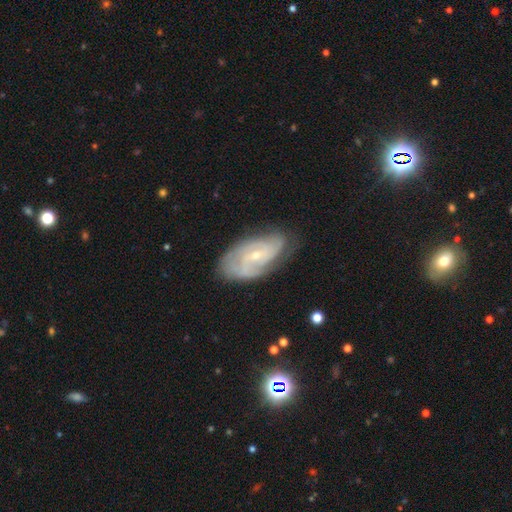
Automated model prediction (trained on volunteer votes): A featured or disk galaxy (81%) with no bar (55%), 2 (40%) tight (47%) spiral arms (94%) and a small central bulge (74%).

Vote fractions:
- Smooth or featured? featured or disk: 81% / smooth: 13% / star or artifact: 6%
- Edge-on disk? no: 95% / yes: 5%
- Bar? no: 55% / weak: 37% / strong: 8%
- Spiral arms? yes: 94% / no: 6%
- Spiral winding? tight: 47% / medium: 40% / loose: 13%
- Spiral arm count? 2: 40% / can't tell: 27% / 3: 19% / 4: 6% / 1: 4% / more than 4: 4%
- Bulge size? small: 74% / moderate: 22% / none: 2% / large: 1% / dominant: 1%
- Merging? none: 71% / minor disturbance: 21% / major disturbance: 6% / merger: 2%